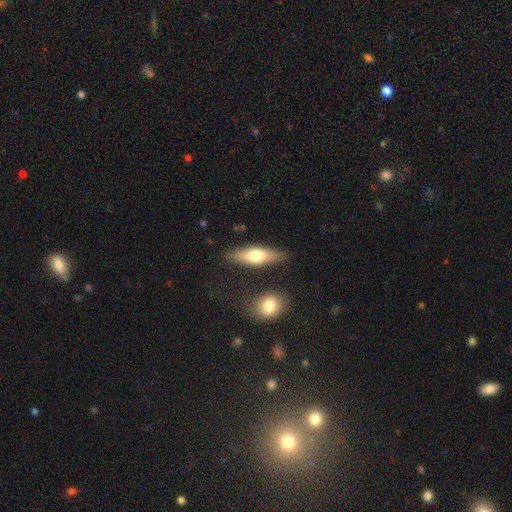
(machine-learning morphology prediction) smooth 63%, featured or disk 31%, star or artifact 6%. Down the decision tree: how rounded — in between (50%); merging — none (82%).